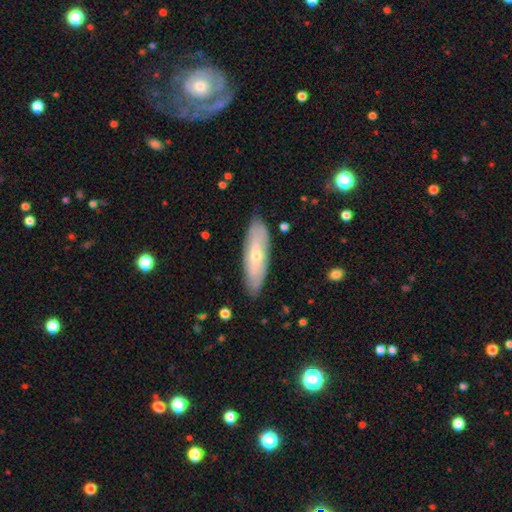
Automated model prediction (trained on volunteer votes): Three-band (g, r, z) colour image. It shows a featured or disk galaxy (54%). Merging: none (85%).